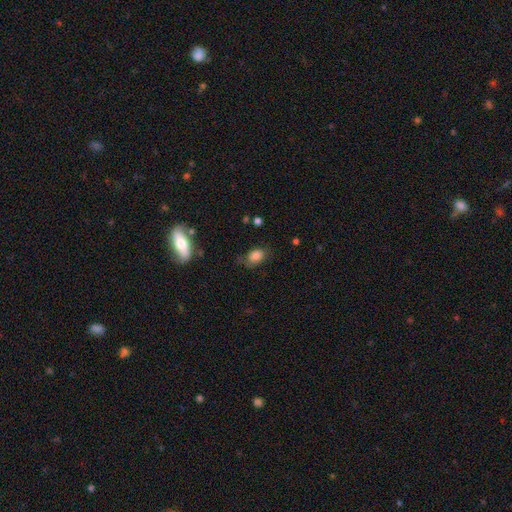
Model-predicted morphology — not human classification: smooth-or-featured: smooth: 80% | featured or disk: 10% | star or artifact: 10%
  how-rounded: in between: 81% | round: 17% | cigar-shaped: 2%
  merging: none: 64% | minor disturbance: 24% | major disturbance: 10% | merger: 2%